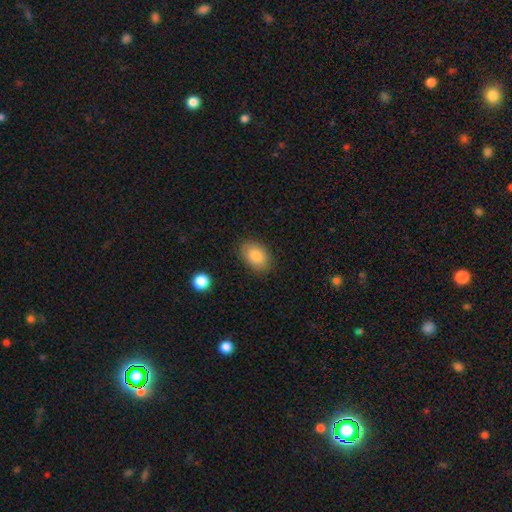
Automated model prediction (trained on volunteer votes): Q: Smooth or featured?
A: smooth (84%); runner-up: featured or disk (8%)
Q: How rounded?
A: in between (82%); runner-up: round (17%)
Q: Merging?
A: none (85%); runner-up: minor disturbance (11%)